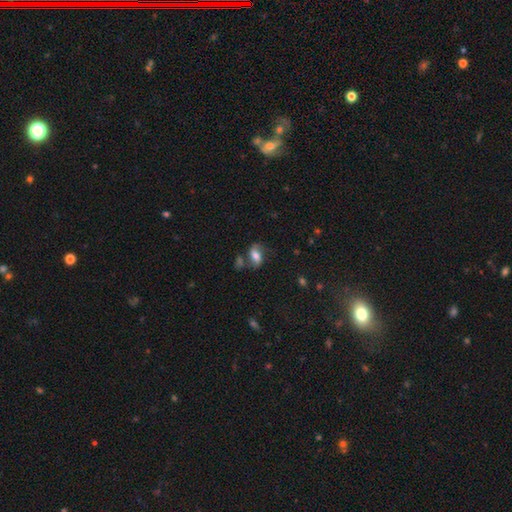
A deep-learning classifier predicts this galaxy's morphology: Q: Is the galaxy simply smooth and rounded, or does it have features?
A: smooth — 54%.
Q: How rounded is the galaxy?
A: in between — 84%.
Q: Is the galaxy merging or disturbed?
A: none — 54%.